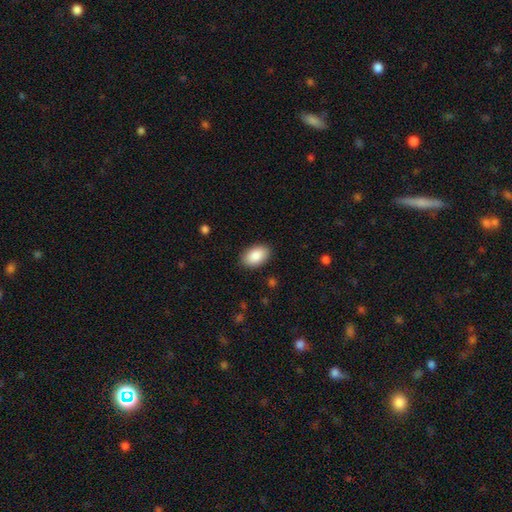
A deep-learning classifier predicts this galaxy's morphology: smooth 88%, star or artifact 6%, featured or disk 6%. Down the decision tree: how rounded — in between (92%); merging — none (88%).